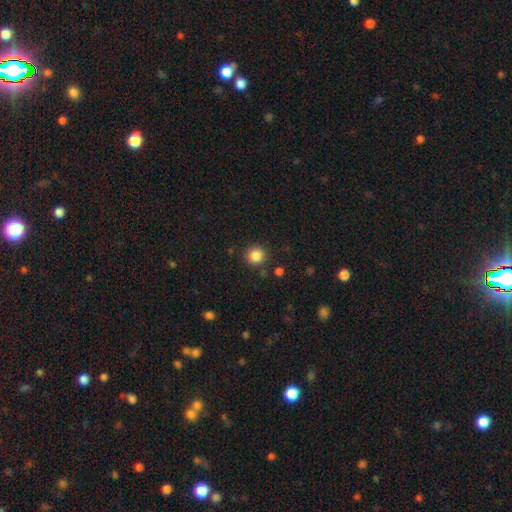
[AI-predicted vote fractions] Overall: smooth (85%). How rounded: round (92%). Merging: none (88%).